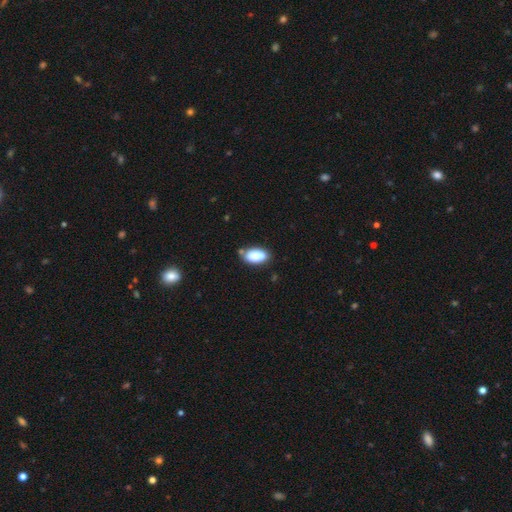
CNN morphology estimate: smooth 87%, star or artifact 7%, featured or disk 6%. Down the decision tree: how rounded — in between (94%); merging — none (73%).